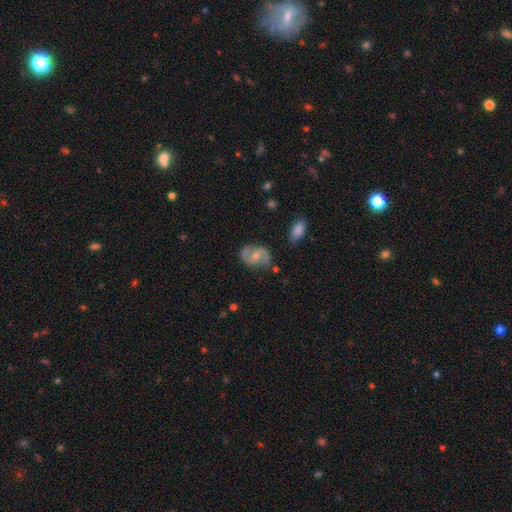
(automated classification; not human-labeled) Overall: featured or disk (65%; smooth 28%). Edge-on disk: no (97%). Bar: no (56%; weak 34%). Spiral arms: yes (85%). Spiral arm count: 2 (87%). Spiral winding: medium (48%; loose 33%). Bulge size: moderate (55%; small 40%). Merging: none (69%).